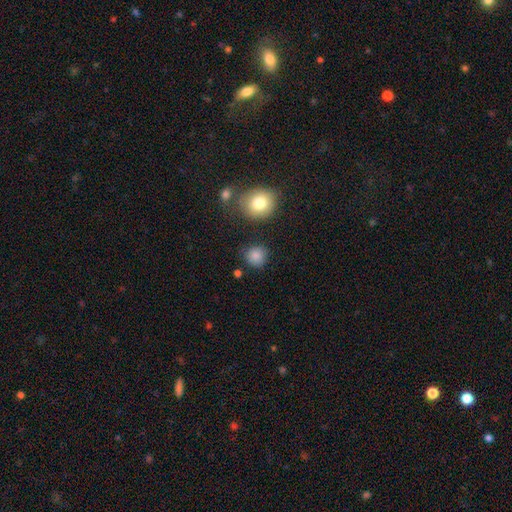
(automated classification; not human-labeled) Morphology: type=smooth (85%); roundness=round (90%); merging=none (82%).